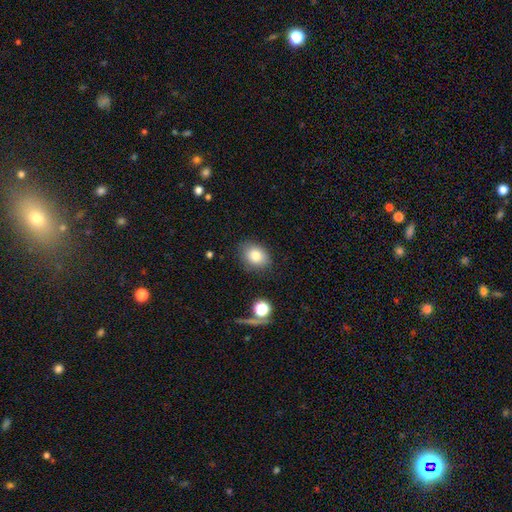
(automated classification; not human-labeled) Q: Smooth or featured?
A: smooth (81%); runner-up: star or artifact (10%)
Q: How rounded?
A: in between (61%); runner-up: round (38%)
Q: Merging?
A: none (81%); runner-up: minor disturbance (13%)